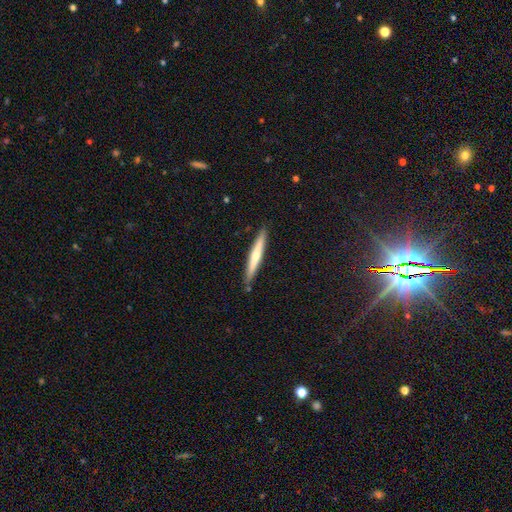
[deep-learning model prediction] smooth-or-featured: smooth: 51% | featured or disk: 44% | star or artifact: 5%
  how-rounded: cigar-shaped: 95% | in between: 3% | round: 1%
  merging: none: 88% | minor disturbance: 9% | merger: 2% | major disturbance: 1%